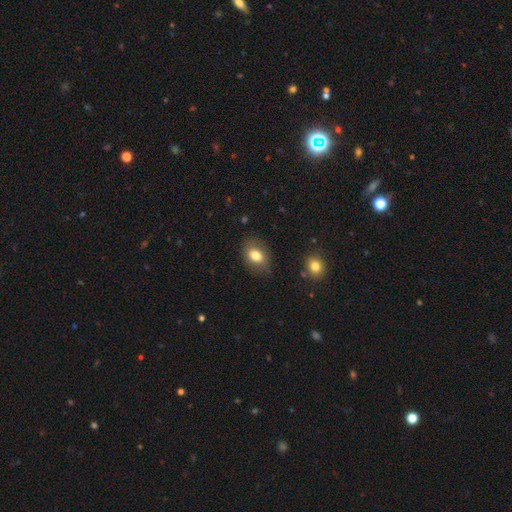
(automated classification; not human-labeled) The model was most divided on "how rounded": in between: 77%, round: 22%, cigar-shaped: 1%. More confident: smooth or featured — smooth (80%); merging — none (80%).